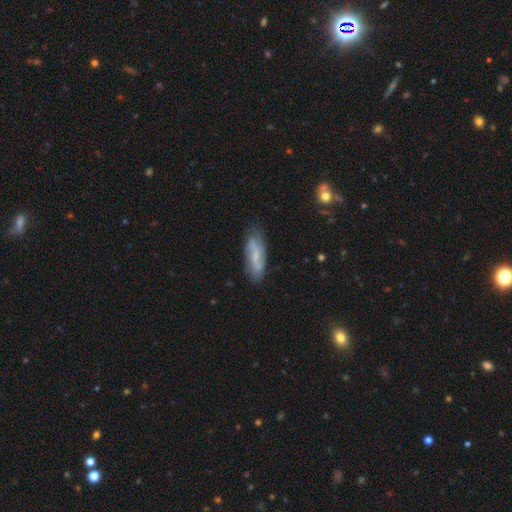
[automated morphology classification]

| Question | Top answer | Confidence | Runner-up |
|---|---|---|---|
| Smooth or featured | featured or disk | 48% | smooth (44%) |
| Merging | none | 76% | minor disturbance (18%) |